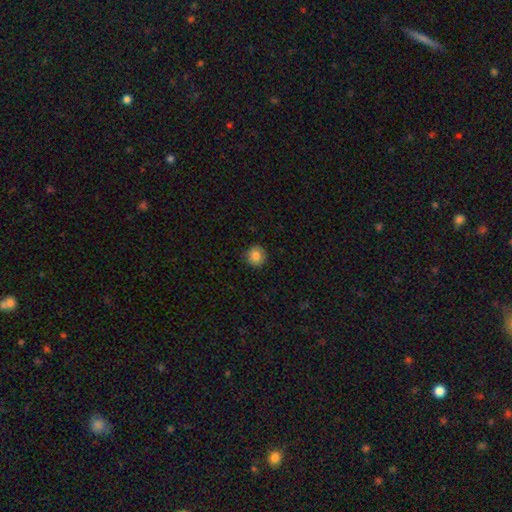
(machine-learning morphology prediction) This appears to be a smooth galaxy with no disk features (85%) that is round (92%). Merging: none (88%).